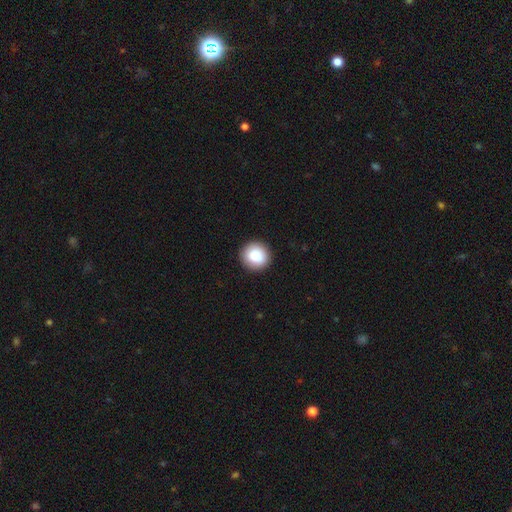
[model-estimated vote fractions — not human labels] Smooth or featured: smooth — 87% (star or artifact — 8%)
How rounded: round — 89% (in between — 10%)
Merging: none — 90% (minor disturbance — 7%)